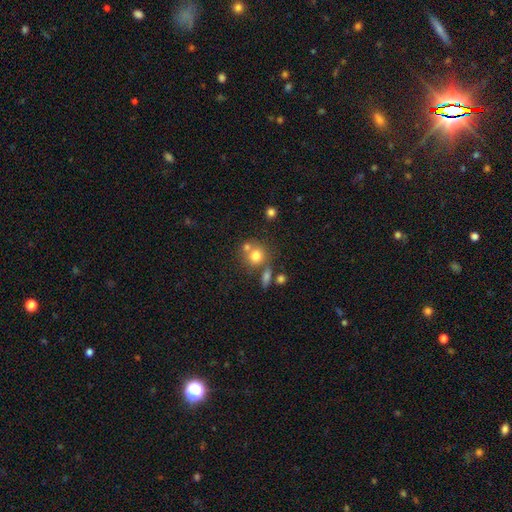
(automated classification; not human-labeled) Smooth or featured? Predicted: smooth (p=0.75). How rounded? Predicted: round (p=0.84). Merging? Predicted: none (p=0.53).